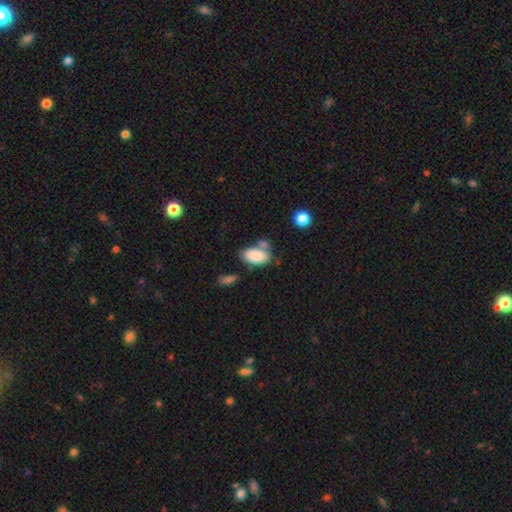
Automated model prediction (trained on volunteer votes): This is clearly a smooth galaxy (82%). How rounded: clearly in between (93%). Merging: possibly none (46%).